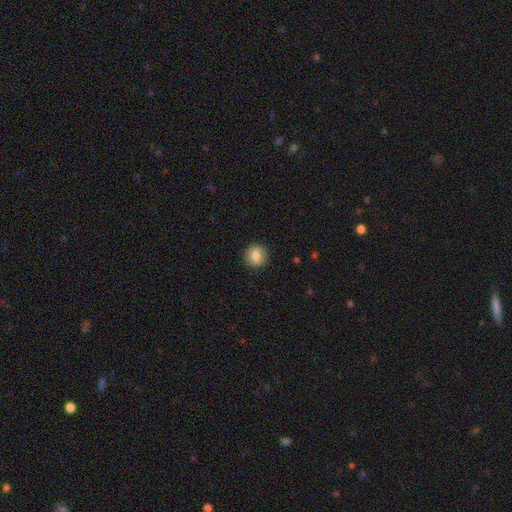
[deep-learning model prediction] smooth-or-featured: smooth: 78% | featured or disk: 14% | star or artifact: 8%
  how-rounded: round: 88% | in between: 11% | cigar-shaped: 1%
  merging: none: 91% | minor disturbance: 6% | major disturbance: 2% | merger: 1%